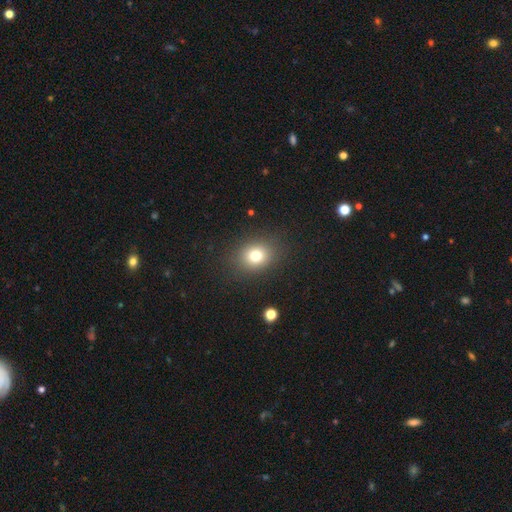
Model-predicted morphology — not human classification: smooth-or-featured: smooth: 76% | star or artifact: 14% | featured or disk: 10%
  how-rounded: round: 61% | in between: 38% | cigar-shaped: 1%
  merging: none: 87% | minor disturbance: 8% | major disturbance: 4% | merger: 1%